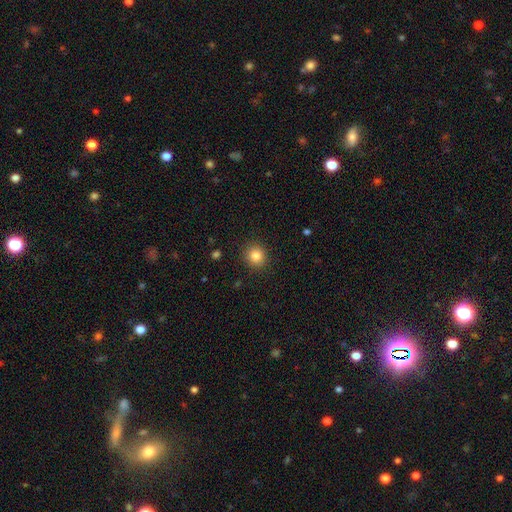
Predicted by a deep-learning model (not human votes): smooth 85%, star or artifact 11%, featured or disk 5%. Down the decision tree: how rounded — round (89%); merging — none (90%).